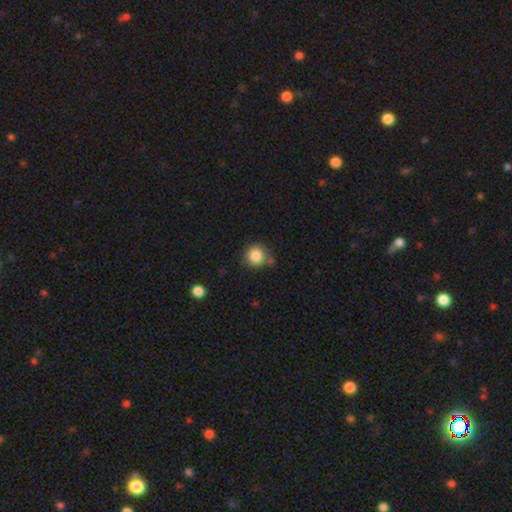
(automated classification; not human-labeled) A smooth galaxy with no disk features (85%) that is round (90%).

Vote fractions:
- Smooth or featured? smooth: 85% / star or artifact: 10% / featured or disk: 5%
- How rounded? round: 90% / in between: 9% / cigar-shaped: 1%
- Merging? none: 72% / minor disturbance: 16% / merger: 8% / major disturbance: 4%